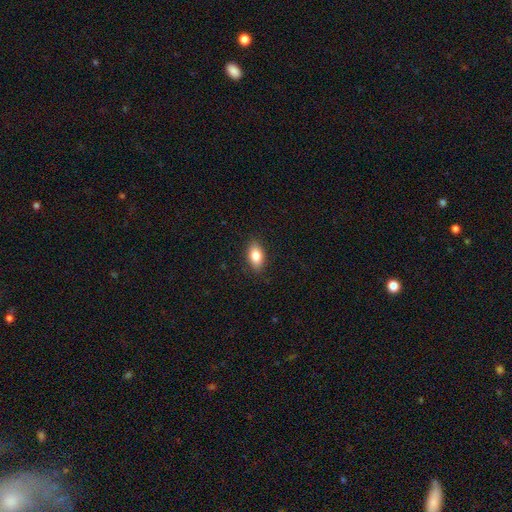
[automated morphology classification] Smooth or featured? Predicted: smooth (p=0.82). How rounded? Predicted: in between (p=0.88). Merging? Predicted: none (p=0.87).